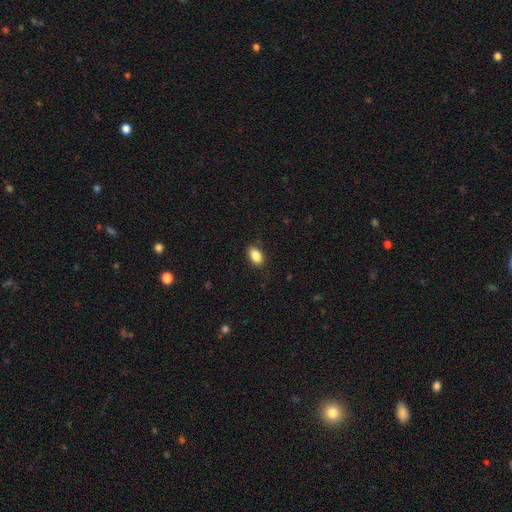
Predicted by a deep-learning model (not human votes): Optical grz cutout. It shows a smooth galaxy with no disk features (87%) that is in between round and cigar-shaped (91%). Merging: none (87%).